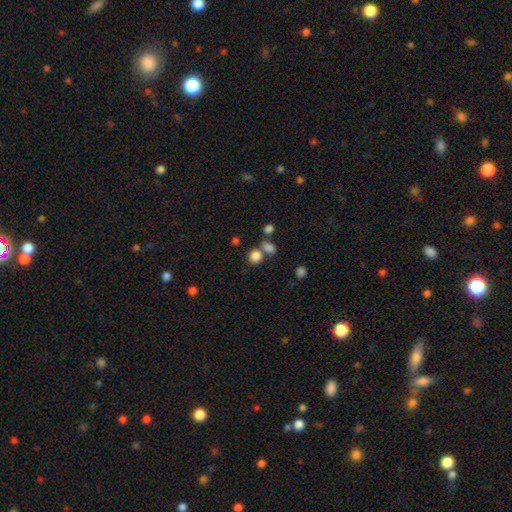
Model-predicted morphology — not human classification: This is clearly a smooth galaxy (82%). How rounded: likely round (79%). Merging: possibly none (58%).